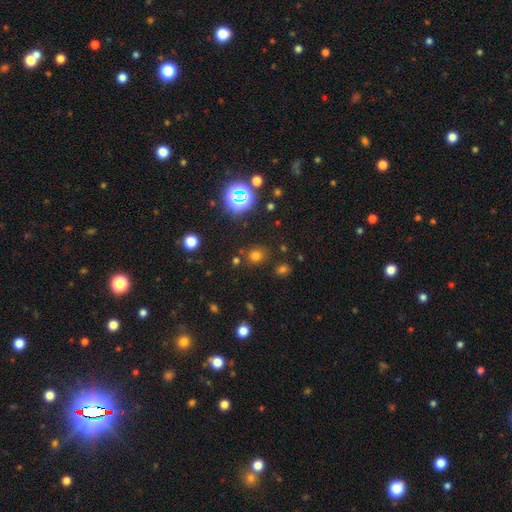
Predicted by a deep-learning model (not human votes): smooth 65%, star or artifact 28%, featured or disk 7%. Down the decision tree: how rounded — round (79%); merging — none (82%).